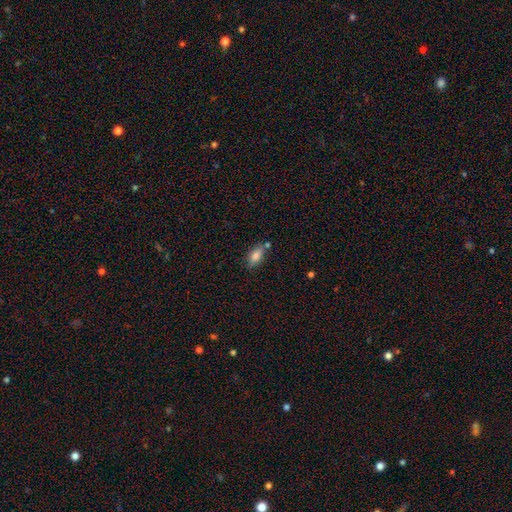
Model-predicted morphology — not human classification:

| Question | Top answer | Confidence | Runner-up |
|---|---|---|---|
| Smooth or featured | smooth | 82% | featured or disk (9%) |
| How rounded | in between | 87% | cigar-shaped (9%) |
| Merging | none | 63% | minor disturbance (17%) |